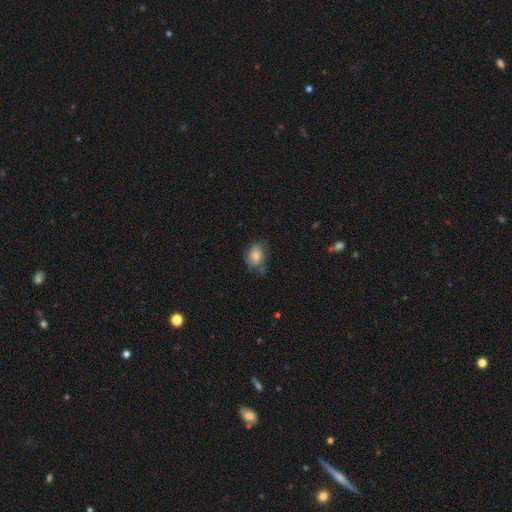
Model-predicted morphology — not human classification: A smooth galaxy with no disk features (66%) that is in between round and cigar-shaped (73%).

Vote fractions:
- Smooth or featured? smooth: 66% / featured or disk: 23% / star or artifact: 11%
- How rounded? in between: 73% / round: 25% / cigar-shaped: 2%
- Merging? none: 54% / minor disturbance: 31% / major disturbance: 12% / merger: 2%